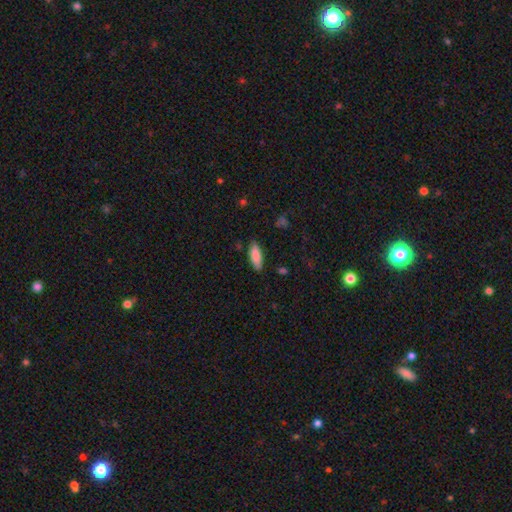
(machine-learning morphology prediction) type=smooth (85%); roundness=in between (71%); merging=none (85%).